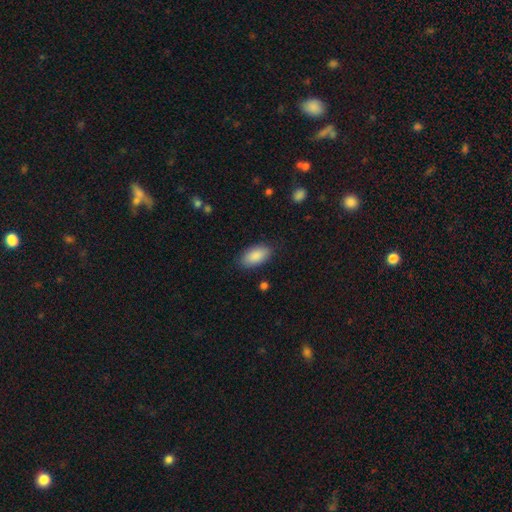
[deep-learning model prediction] smooth_or_featured: smooth (p=0.89) [alt: star or artifact p=0.06]
how_rounded: in between (p=0.94) [alt: cigar-shaped p=0.03]
merging: none (p=0.86) [alt: minor disturbance p=0.10]